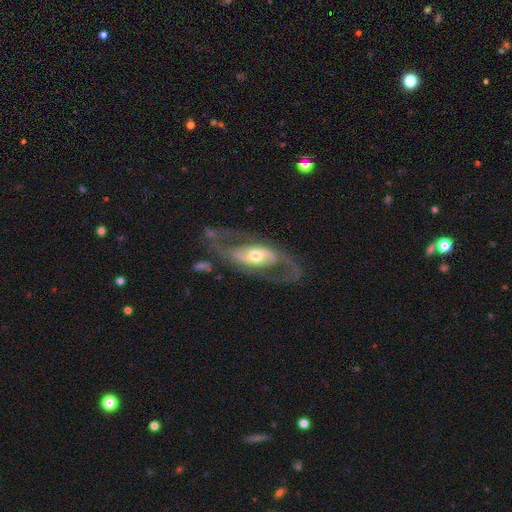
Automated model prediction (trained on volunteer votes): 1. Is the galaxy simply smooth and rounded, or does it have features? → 84% featured or disk, 12% smooth, 4% star or artifact.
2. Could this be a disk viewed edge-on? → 92% no, 8% yes.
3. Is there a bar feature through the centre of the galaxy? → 42% no, 33% weak, 24% strong.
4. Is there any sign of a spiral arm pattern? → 83% yes, 17% no.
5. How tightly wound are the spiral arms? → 48% medium, 33% loose, 19% tight.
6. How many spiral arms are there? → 87% 2, 7% can't tell, 3% 1, 1% 3, 1% 4, 1% more than 4.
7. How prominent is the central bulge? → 65% moderate, 22% small, 11% large, 1% dominant, 1% none.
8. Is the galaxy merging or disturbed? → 69% none, 15% major disturbance, 14% minor disturbance, 2% merger.